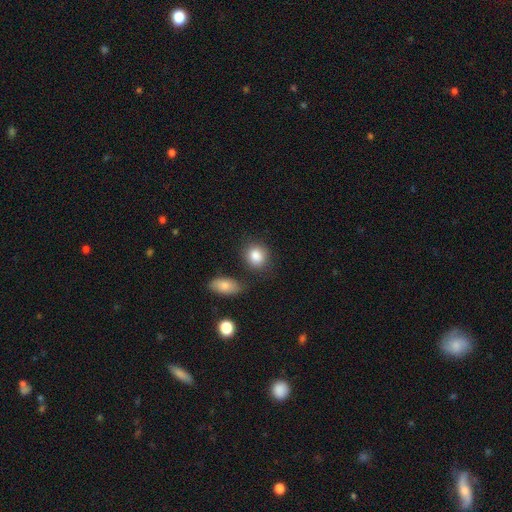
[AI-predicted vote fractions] smooth 86%, star or artifact 8%, featured or disk 6%. Down the decision tree: how rounded — round (66%); merging — none (76%).